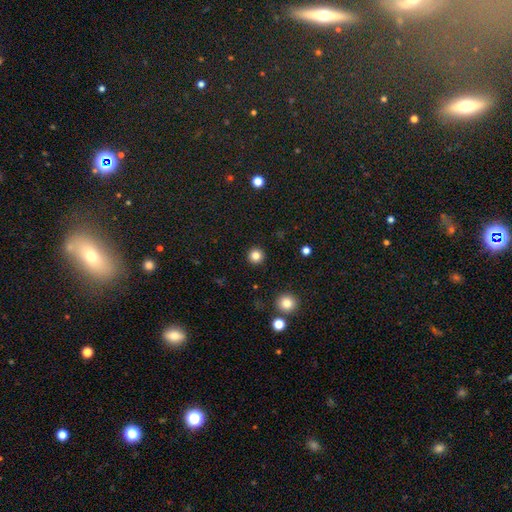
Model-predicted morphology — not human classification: The model was most divided on "smooth or featured": smooth: 83%, star or artifact: 12%, featured or disk: 5%. More confident: how rounded — round (96%); merging — none (93%).